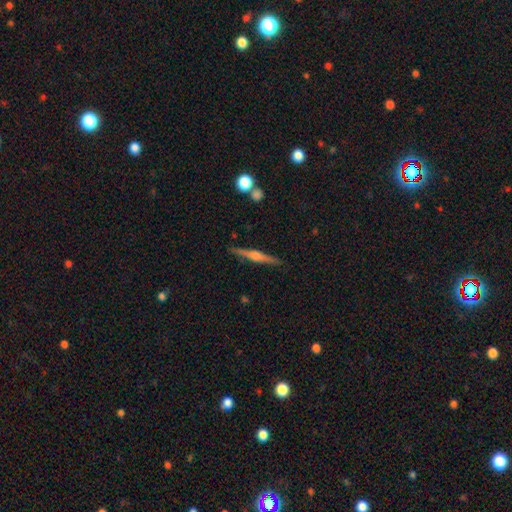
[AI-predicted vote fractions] featured or disk 76%, smooth 18%, star or artifact 6%. Down the decision tree: edge-on disk — yes (98%); edge-on bulge — rounded (88%); merging — none (91%).